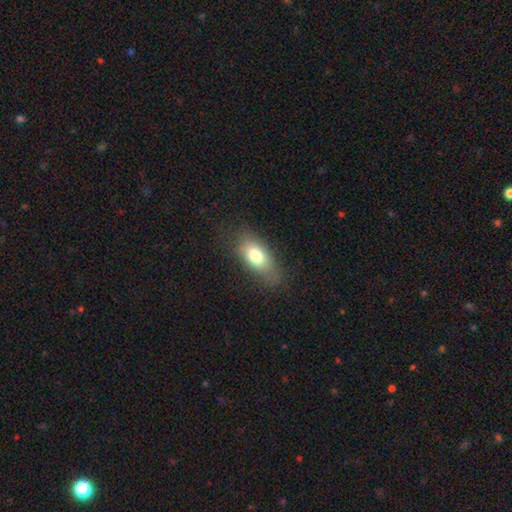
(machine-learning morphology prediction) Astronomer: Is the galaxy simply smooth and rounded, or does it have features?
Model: smooth — 75%.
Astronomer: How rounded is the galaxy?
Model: in between — 86%.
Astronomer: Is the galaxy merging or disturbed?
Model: none — 70%.